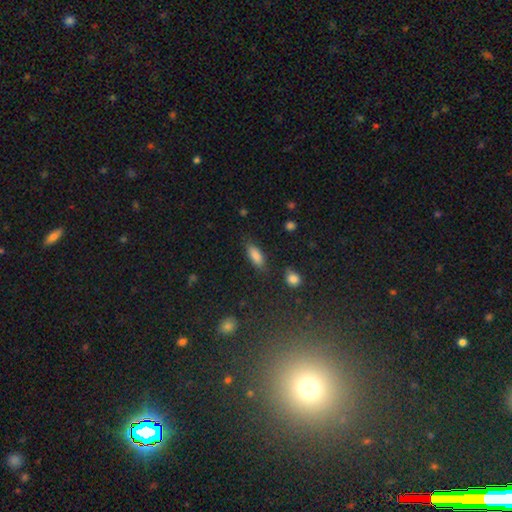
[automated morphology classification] Overall: smooth (85%). How rounded: in between (77%). Merging: none (77%).